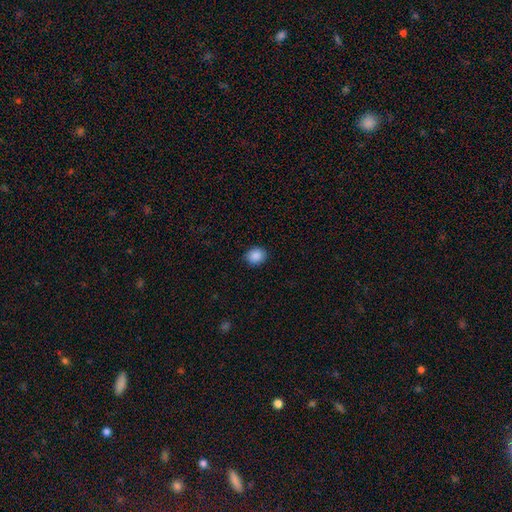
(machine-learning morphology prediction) Overall: smooth (88%). How rounded: round (65%; in between 34%). Merging: none (89%).